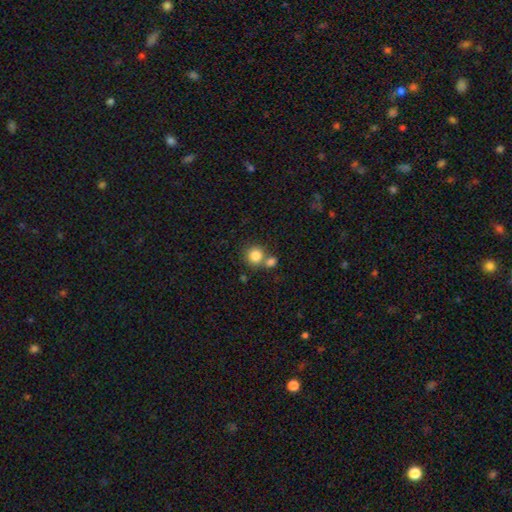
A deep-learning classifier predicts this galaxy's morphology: smooth_or_featured: smooth (p=0.83) [alt: star or artifact p=0.10]
how_rounded: round (p=0.90) [alt: in between p=0.10]
merging: none (p=0.56) [alt: merger p=0.33]